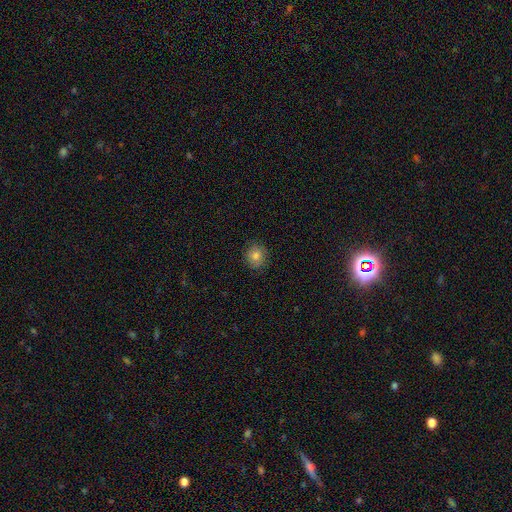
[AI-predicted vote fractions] smooth_or_featured: smooth (p=0.79) [alt: star or artifact p=0.11]
how_rounded: round (p=0.80) [alt: in between p=0.19]
merging: none (p=0.84) [alt: minor disturbance p=0.12]